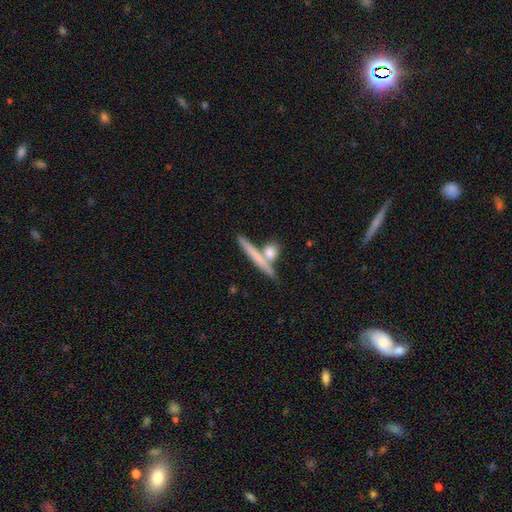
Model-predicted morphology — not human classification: type=smooth (59%); roundness=cigar-shaped (81%); merging=none (66%).